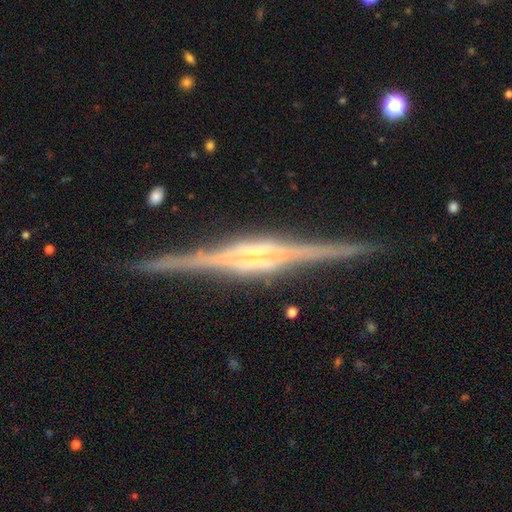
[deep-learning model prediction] Morphology: type=featured or disk (91%); edge-on=yes (98%); edge-on bulge=boxy (51%); merging=none (89%).